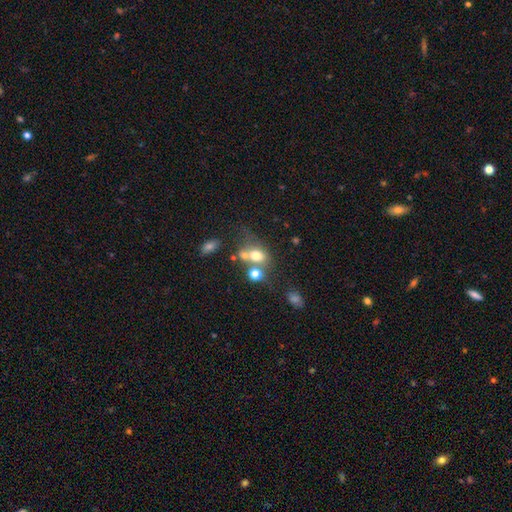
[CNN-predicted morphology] type=smooth (67%); roundness=in between (54%); merging=merger (41%).